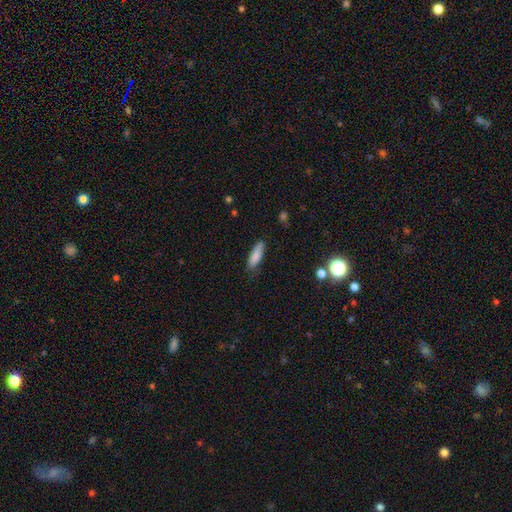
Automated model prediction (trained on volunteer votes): smooth_or_featured: smooth (p=0.83) [alt: featured or disk p=0.09]
how_rounded: cigar-shaped (p=0.52) [alt: in between p=0.46]
merging: none (p=0.73) [alt: minor disturbance p=0.21]